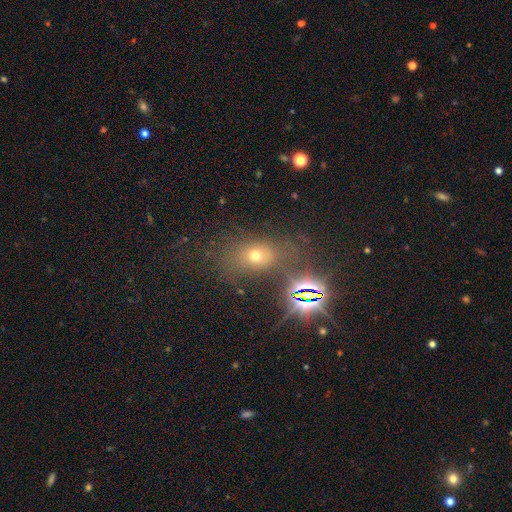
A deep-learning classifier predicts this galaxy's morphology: smooth-or-featured: smooth: 53% | star or artifact: 33% | featured or disk: 15%
  how-rounded: in between: 61% | round: 36% | cigar-shaped: 2%
  merging: none: 66% | minor disturbance: 15% | major disturbance: 12% | merger: 7%